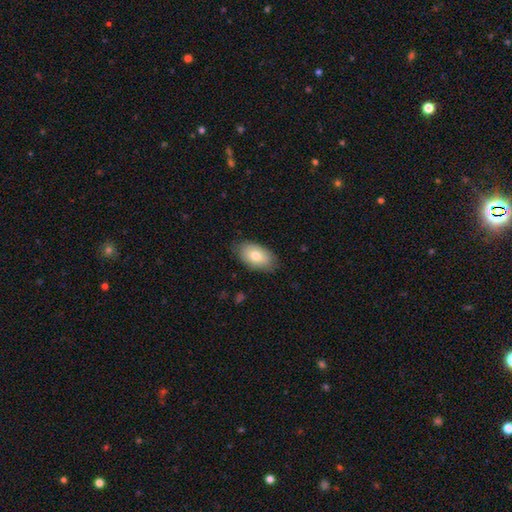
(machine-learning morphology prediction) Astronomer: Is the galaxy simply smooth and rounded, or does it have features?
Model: smooth — 77%.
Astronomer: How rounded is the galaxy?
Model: in between — 93%.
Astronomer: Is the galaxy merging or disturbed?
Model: none — 81%.